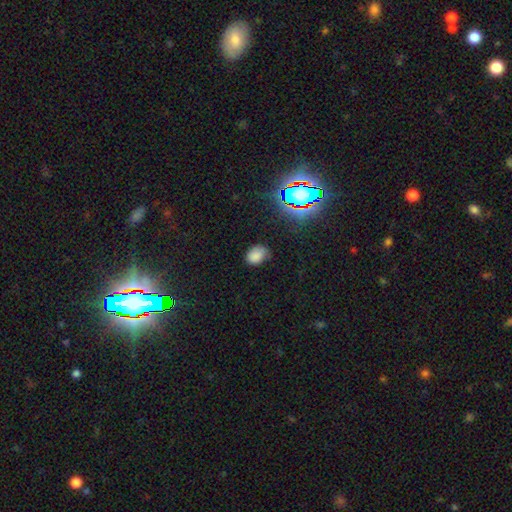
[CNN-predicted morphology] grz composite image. It shows a smooth galaxy with no disk features (78%) that is in between round and cigar-shaped (64%). Merging: none (66%).